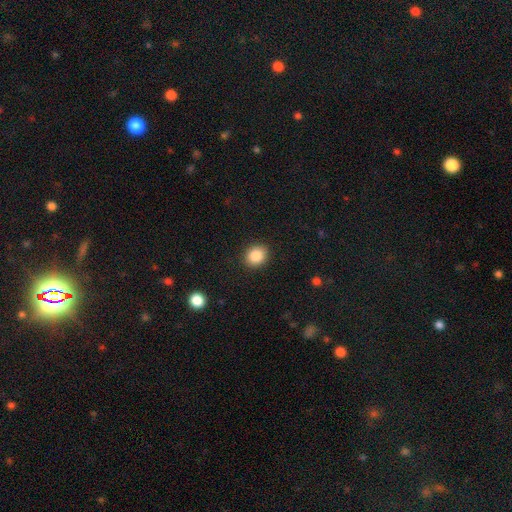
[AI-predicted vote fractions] Smooth or featured?
  - smooth: 87% *
  - star or artifact: 9%
  - featured or disk: 4%
How rounded?
  - round: 63% *
  - in between: 36%
  - cigar-shaped: 1%
Merging?
  - none: 89% *
  - minor disturbance: 8%
  - major disturbance: 2%
  - merger: 1%